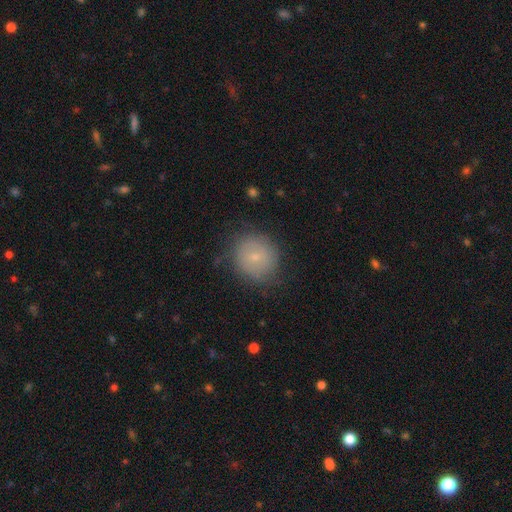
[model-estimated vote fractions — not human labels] smooth_or_featured: smooth (p=0.70) [alt: featured or disk p=0.19]
how_rounded: round (p=0.87) [alt: in between p=0.12]
merging: none (p=0.78) [alt: minor disturbance p=0.16]